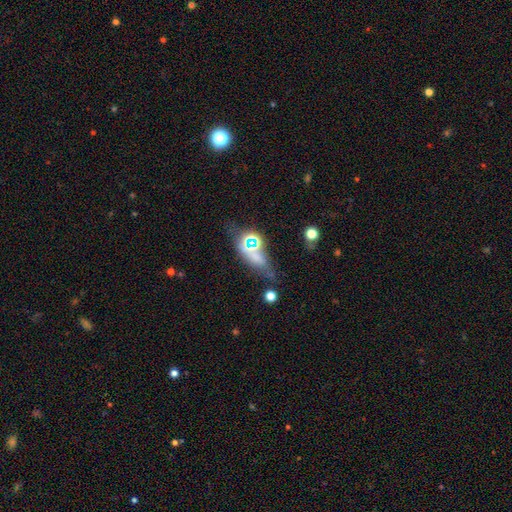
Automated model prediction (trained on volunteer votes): Smooth or featured? smooth (43%)
Merging? none (54%)